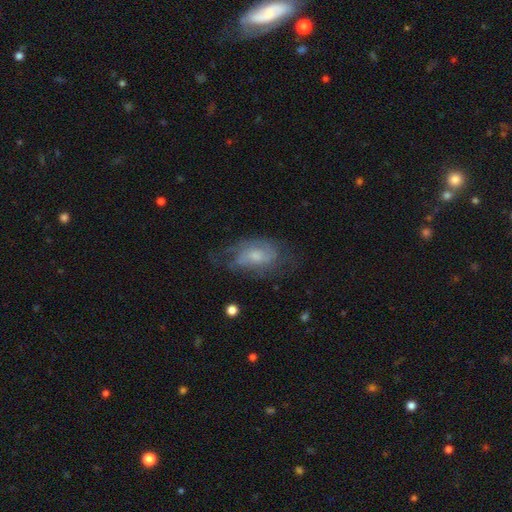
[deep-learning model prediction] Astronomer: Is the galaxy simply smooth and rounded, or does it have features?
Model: featured or disk — 58% (runner-up: smooth, 34%).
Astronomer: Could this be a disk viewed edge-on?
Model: no — 95%.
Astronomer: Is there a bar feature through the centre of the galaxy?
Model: no — 65%.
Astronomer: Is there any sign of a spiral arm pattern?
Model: yes — 74%.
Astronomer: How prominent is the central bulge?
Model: small — 44% (runner-up: moderate, 43%).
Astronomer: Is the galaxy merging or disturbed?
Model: none — 54%.